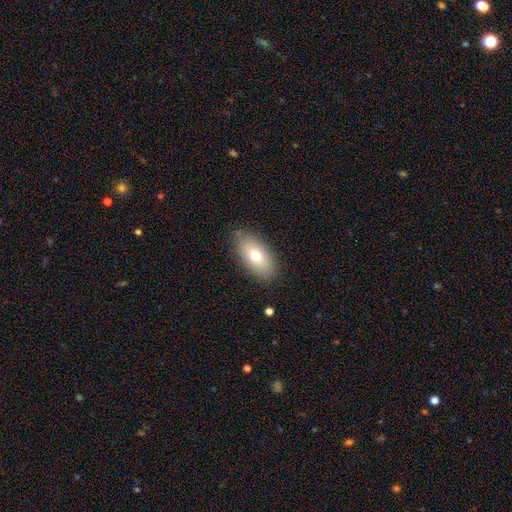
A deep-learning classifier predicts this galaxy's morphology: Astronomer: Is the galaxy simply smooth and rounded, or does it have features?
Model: smooth — 70%.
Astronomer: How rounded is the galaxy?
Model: in between — 91%.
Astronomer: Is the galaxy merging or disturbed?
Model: none — 84%.